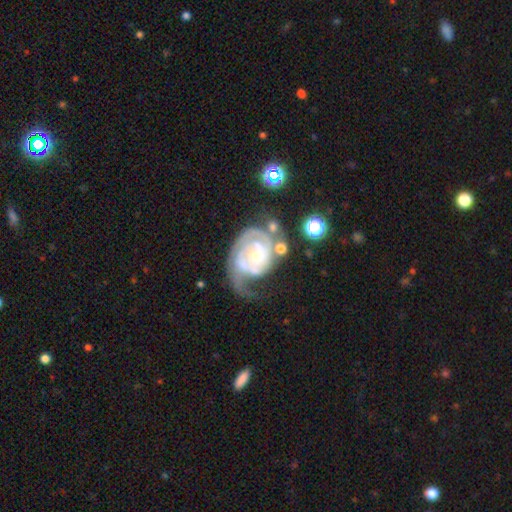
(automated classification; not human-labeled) smooth_or_featured: featured or disk (p=0.85) [alt: smooth p=0.09]
disk_edge_on: no (p=0.98) [alt: yes p=0.02]
bar: no (p=0.71) [alt: weak p=0.23]
has_spiral_arms: yes (p=0.93) [alt: no p=0.07]
spiral_winding: tight (p=0.59) [alt: medium p=0.29]
spiral_arm_count: 2 (p=0.41) [alt: can't tell p=0.22]
bulge_size: small (p=0.65) [alt: moderate p=0.25]
merging: major disturbance (p=0.35) [alt: none p=0.33]